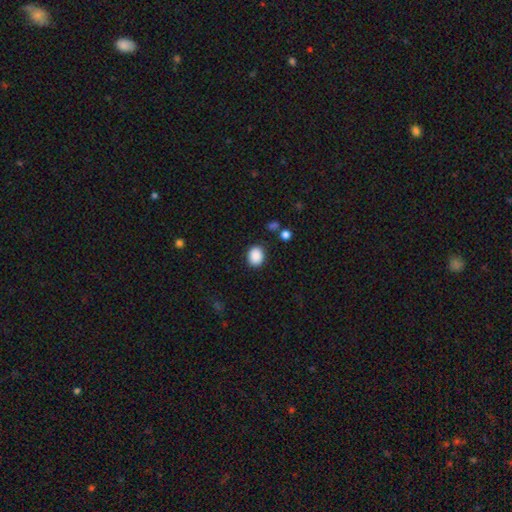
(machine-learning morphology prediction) type=smooth (89%); roundness=round (52%); merging=none (87%).